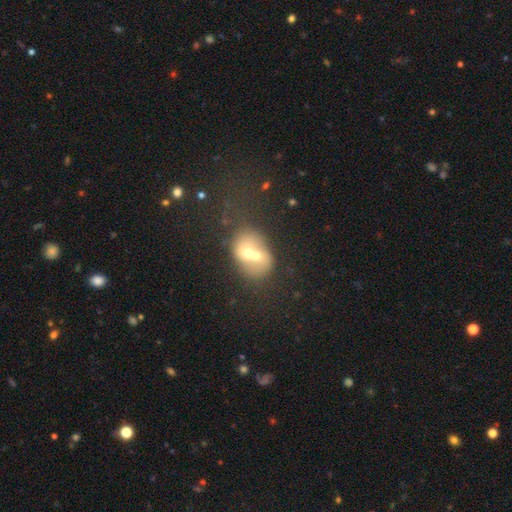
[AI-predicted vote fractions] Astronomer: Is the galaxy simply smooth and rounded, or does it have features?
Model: smooth — 56% (runner-up: featured or disk, 32%).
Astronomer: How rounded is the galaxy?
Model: round — 54% (runner-up: in between, 45%).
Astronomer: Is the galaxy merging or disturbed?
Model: merger — 73%.